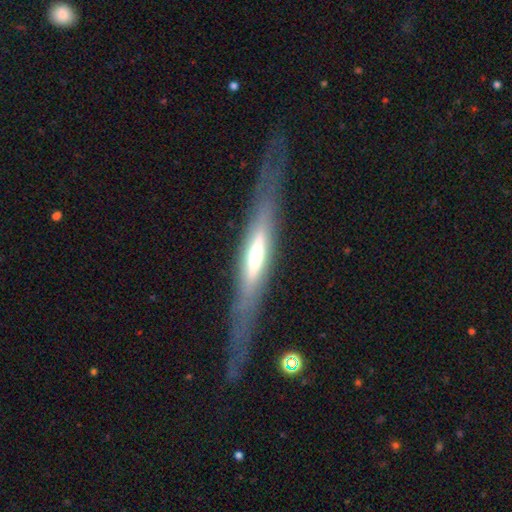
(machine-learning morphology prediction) Q: Smooth or featured?
A: featured or disk (68%); runner-up: smooth (26%)
Q: Edge-on disk?
A: yes (90%); runner-up: no (10%)
Q: Edge-on bulge?
A: rounded (53%); runner-up: none (26%)
Q: Merging?
A: none (76%); runner-up: minor disturbance (15%)